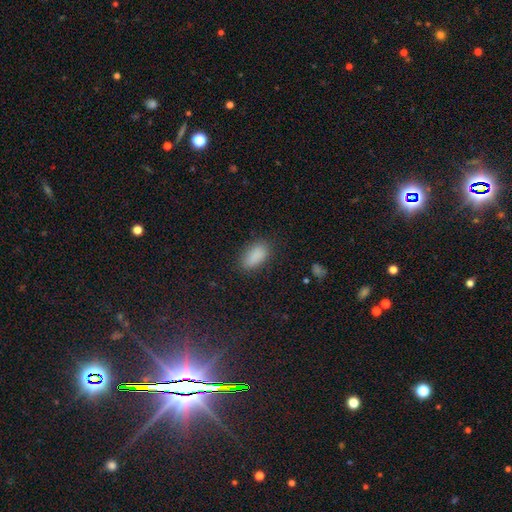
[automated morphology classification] Smooth or featured? Predicted: smooth (p=0.88). How rounded? Predicted: in between (p=0.91). Merging? Predicted: none (p=0.82).